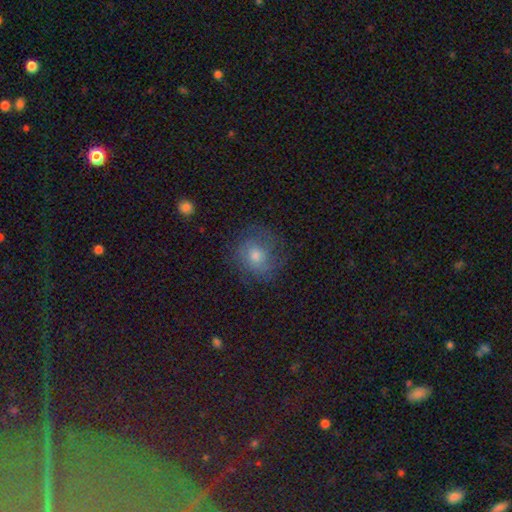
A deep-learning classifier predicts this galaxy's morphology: This is possibly a smooth galaxy (52%). How rounded: likely round (78%). Merging: likely none (70%).